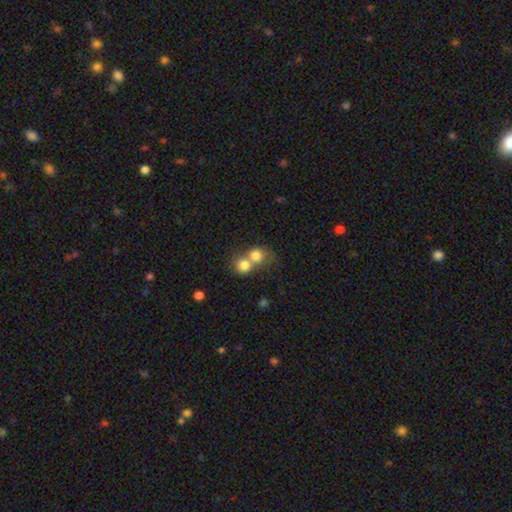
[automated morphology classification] smooth 77%, featured or disk 12%, star or artifact 10%. Down the decision tree: how rounded — round (78%); merging — merger (65%).